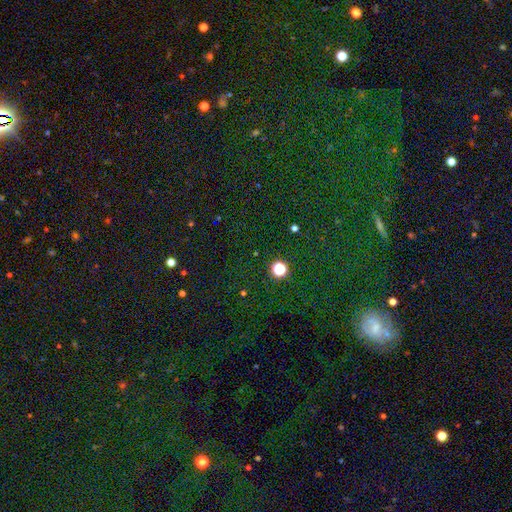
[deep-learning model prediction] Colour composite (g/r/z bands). It shows a star or artifact, not a galaxy (72%).